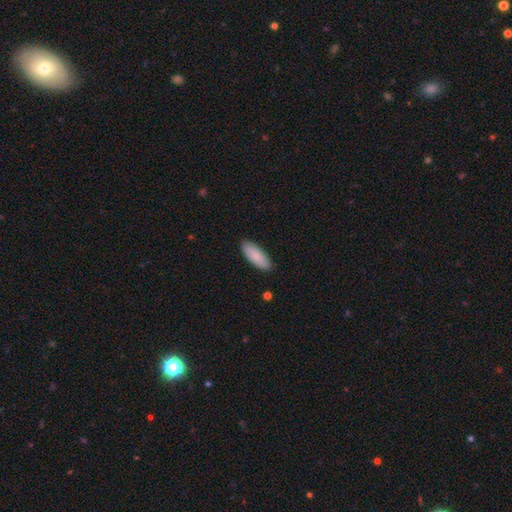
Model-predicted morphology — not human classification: This is clearly a smooth galaxy (88%). How rounded: likely in between (73%). Merging: clearly none (88%).